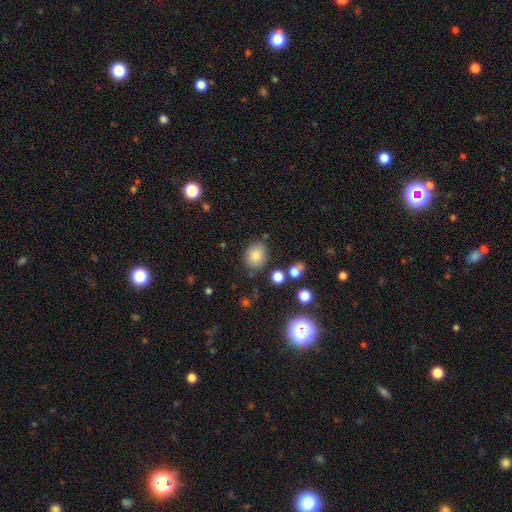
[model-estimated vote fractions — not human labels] Smooth or featured?
  - smooth: 83% *
  - star or artifact: 11%
  - featured or disk: 7%
How rounded?
  - round: 62% *
  - in between: 37%
  - cigar-shaped: 1%
Merging?
  - none: 81% *
  - minor disturbance: 11%
  - merger: 4%
  - major disturbance: 3%